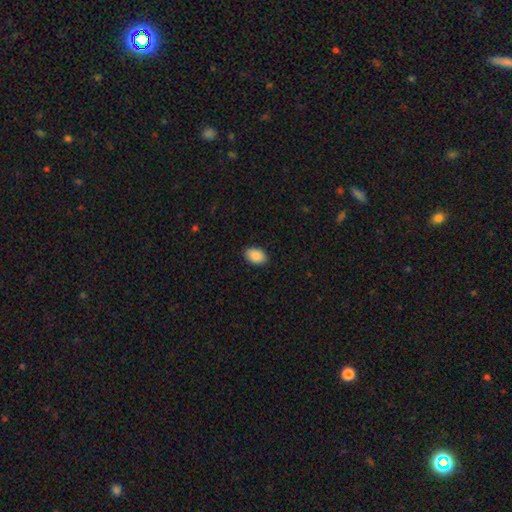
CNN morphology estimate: Smooth or featured? Predicted: smooth (p=0.90). How rounded? Predicted: in between (p=0.88). Merging? Predicted: none (p=0.89).